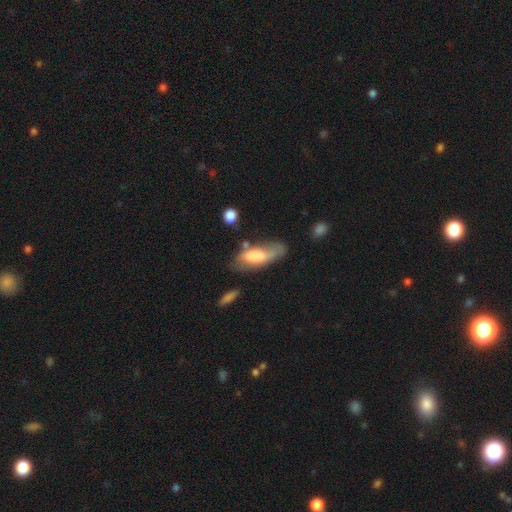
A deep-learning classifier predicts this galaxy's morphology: Smooth or featured: smooth — 64% (featured or disk — 30%)
How rounded: in between — 74% (cigar-shaped — 23%)
Merging: none — 39% (minor disturbance — 29%)